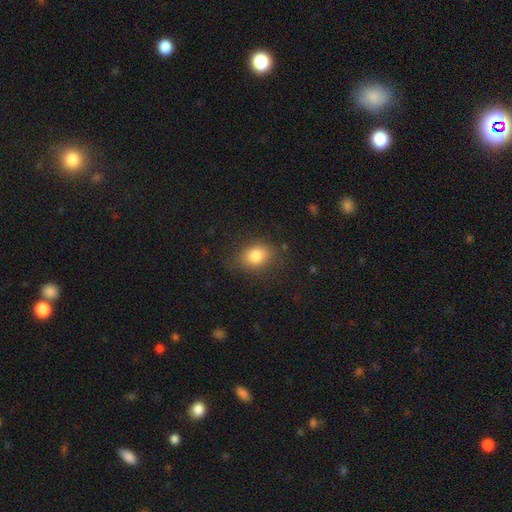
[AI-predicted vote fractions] Overall: smooth (82%). How rounded: in between (59%; round 40%). Merging: none (77%).